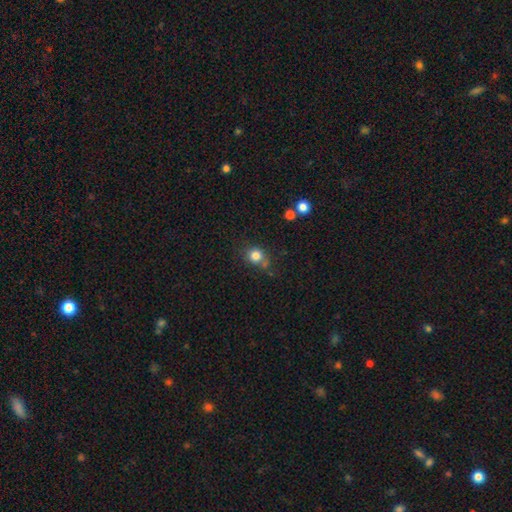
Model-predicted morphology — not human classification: Smooth or featured? smooth (81%)
How rounded? round (82%)
Merging? none (65%)